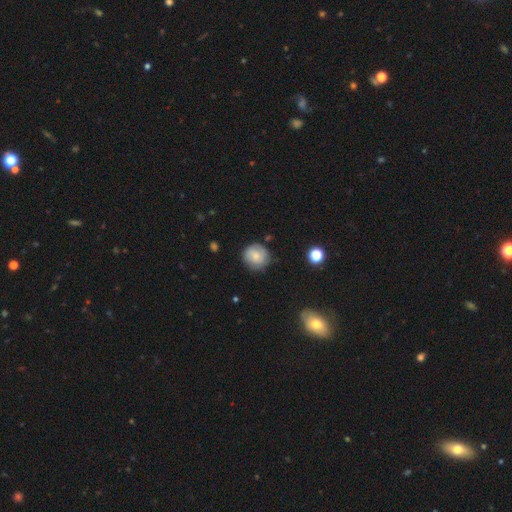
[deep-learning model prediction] A smooth galaxy with no disk features (68%) that is round (91%).

Vote fractions:
- Smooth or featured? smooth: 68% / featured or disk: 24% / star or artifact: 8%
- How rounded? round: 91% / in between: 8% / cigar-shaped: 1%
- Merging? none: 77% / minor disturbance: 17% / major disturbance: 4% / merger: 2%